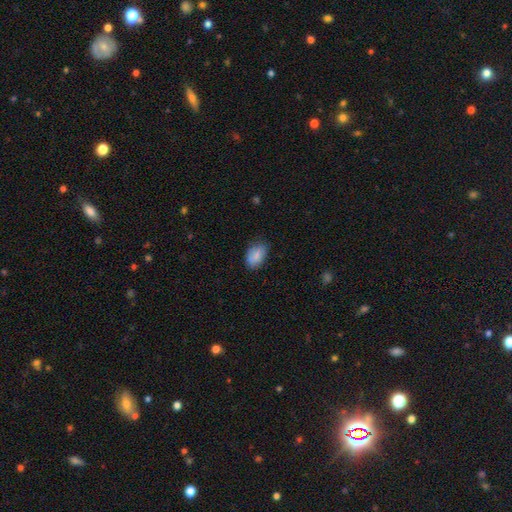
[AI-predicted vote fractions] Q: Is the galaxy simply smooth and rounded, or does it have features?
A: smooth — 81%.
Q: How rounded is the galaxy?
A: in between — 89%.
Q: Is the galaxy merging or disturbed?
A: none — 72%.